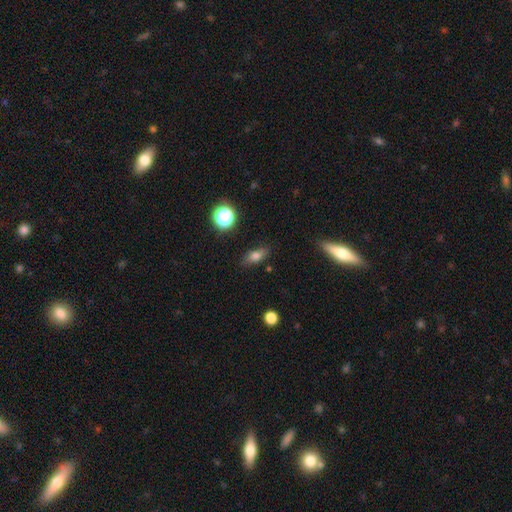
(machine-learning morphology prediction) smooth 74%, featured or disk 13%, star or artifact 13%. Down the decision tree: how rounded — in between (73%); merging — none (80%).